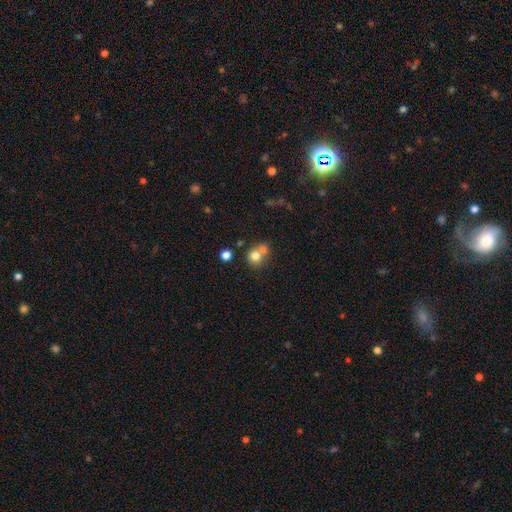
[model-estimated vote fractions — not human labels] This is likely a smooth galaxy (75%). How rounded: clearly round (81%). Merging: possibly merger (51%).